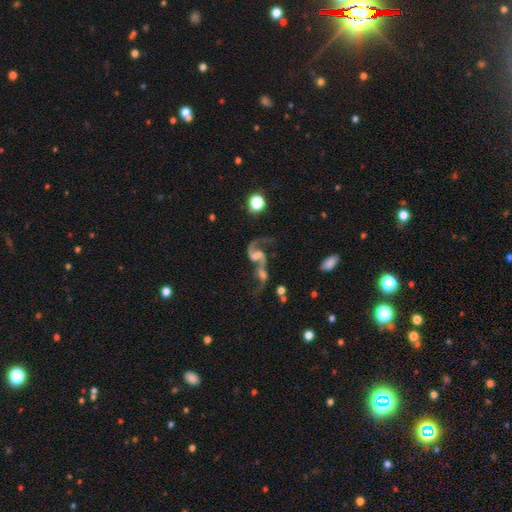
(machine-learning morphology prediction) Smooth or featured? Predicted: featured or disk (p=0.82). Edge-on disk? Predicted: no (p=0.97). Bar? Predicted: weak (p=0.43). Spiral arms? Predicted: yes (p=0.93). Spiral winding? Predicted: loose (p=0.73). Spiral arm count? Predicted: 2 (p=0.78). Bulge size? Predicted: none (p=0.34). Merging? Predicted: merger (p=0.52).